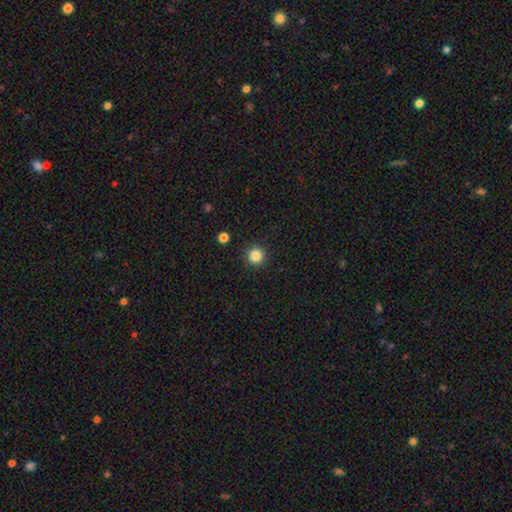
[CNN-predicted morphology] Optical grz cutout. It shows a smooth galaxy with no disk features (84%) that is round (96%). Merging: none (92%).